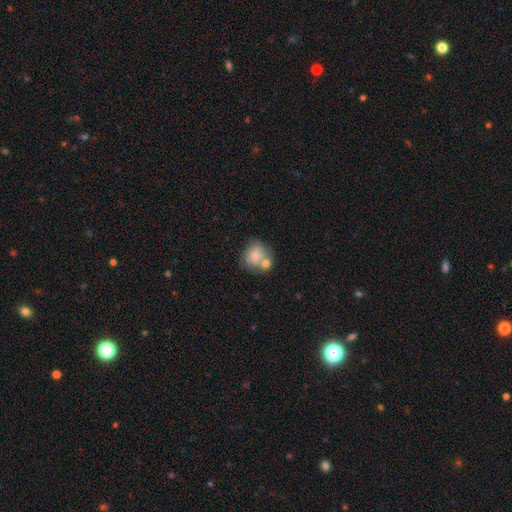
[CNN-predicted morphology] type=smooth (71%); roundness=round (80%); merging=merger (45%).